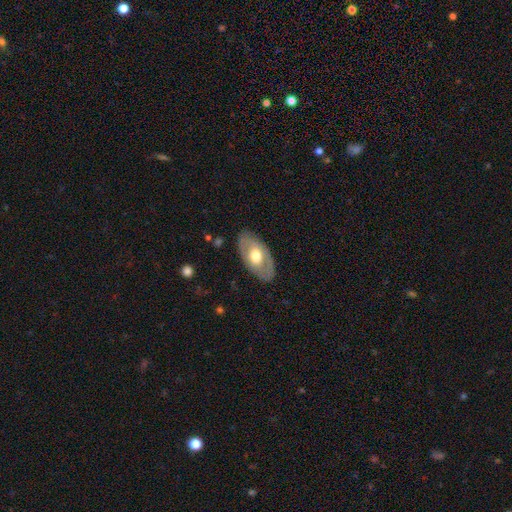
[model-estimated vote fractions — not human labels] Smooth or featured: featured or disk — 50% (smooth — 45%)
Merging: none — 82% (minor disturbance — 13%)